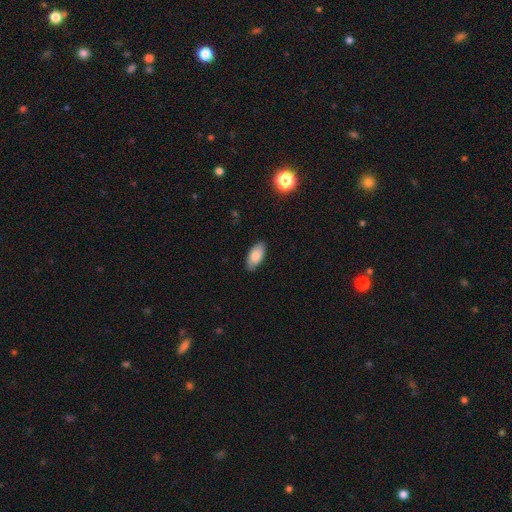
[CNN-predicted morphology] The model was most divided on "smooth or featured": smooth: 84%, featured or disk: 10%, star or artifact: 7%. More confident: how rounded — in between (92%); merging — none (86%).